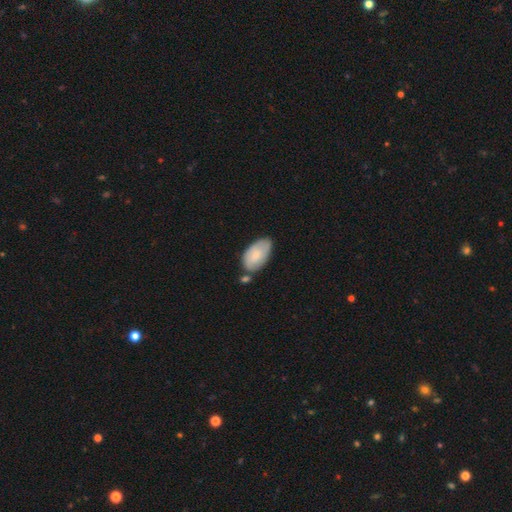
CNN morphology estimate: A smooth galaxy with no disk features (72%) that is in between round and cigar-shaped (95%). Merging: none (55%).